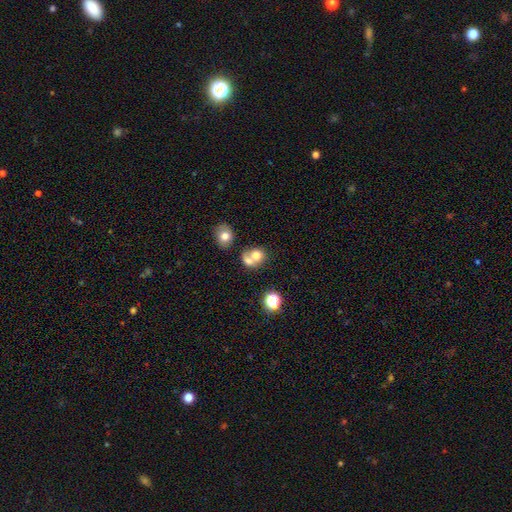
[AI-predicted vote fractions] Overall: smooth (69%). How rounded: round (68%; in between 31%). Merging: merger (62%; none 27%).